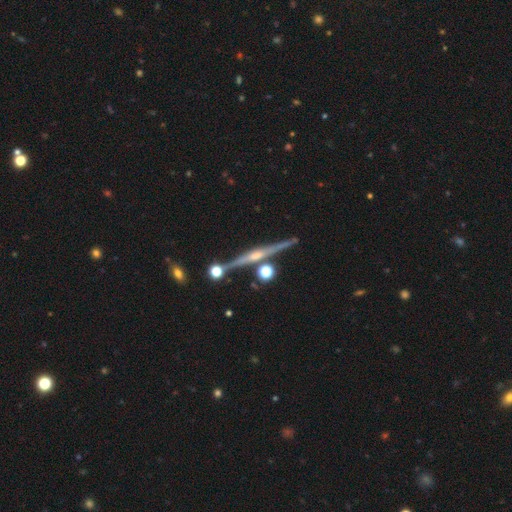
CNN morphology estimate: type=featured or disk (83%); edge-on=yes (97%); edge-on bulge=rounded (77%); merging=none (83%).